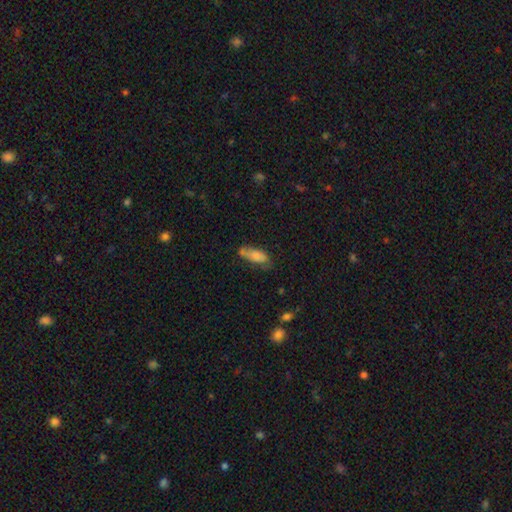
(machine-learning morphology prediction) Smooth or featured? smooth (75%)
How rounded? in between (76%)
Merging? none (51%)